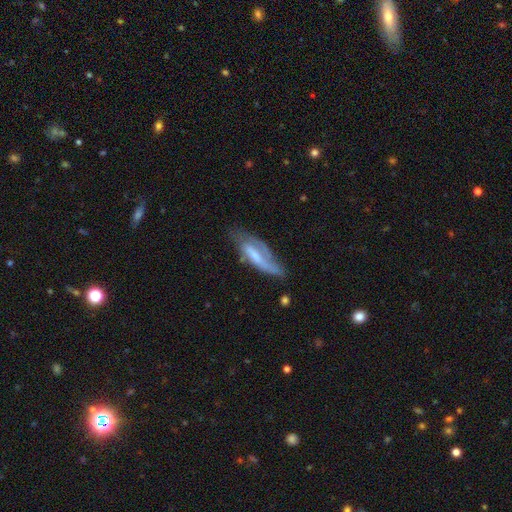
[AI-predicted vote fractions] Smooth or featured: featured or disk — 58% (smooth — 36%)
Edge-on disk: no — 75% (yes — 25%)
Merging: none — 46% (minor disturbance — 30%)